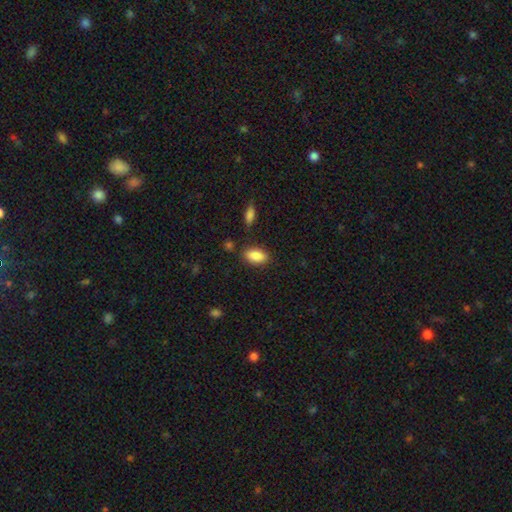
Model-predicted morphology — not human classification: Smooth or featured? smooth (87%)
How rounded? in between (90%)
Merging? none (81%)